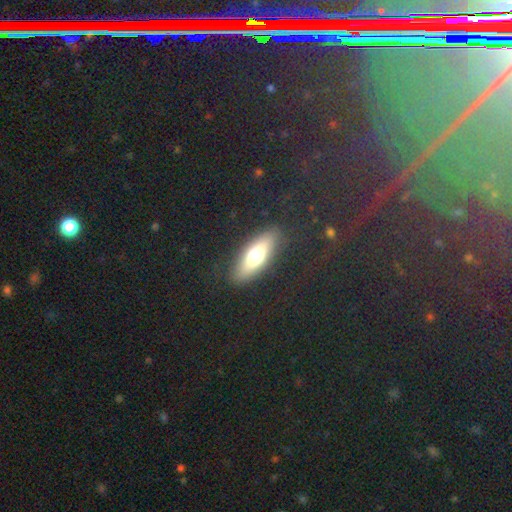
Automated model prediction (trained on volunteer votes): Smooth or featured: smooth — 61% (featured or disk — 31%)
How rounded: in between — 58% (cigar-shaped — 38%)
Merging: none — 86% (minor disturbance — 10%)